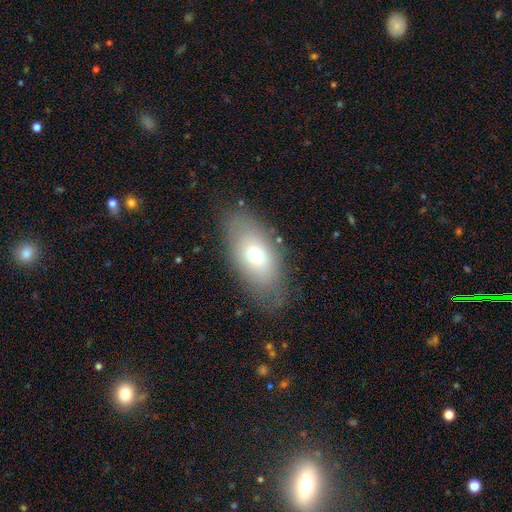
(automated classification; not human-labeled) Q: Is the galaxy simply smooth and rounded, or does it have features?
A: smooth — 66%.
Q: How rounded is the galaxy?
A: in between — 89%.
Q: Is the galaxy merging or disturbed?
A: none — 78%.